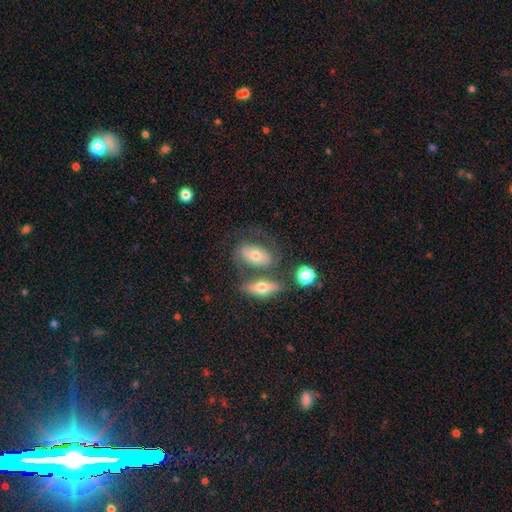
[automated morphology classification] Smooth or featured: smooth — 52% (featured or disk — 40%)
How rounded: in between — 84% (round — 11%)
Merging: none — 46% (merger — 29%)